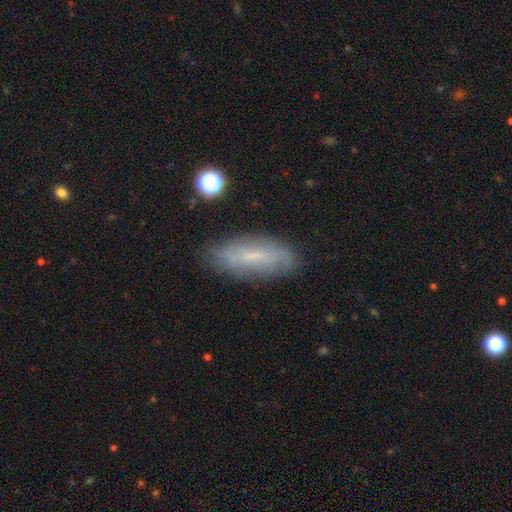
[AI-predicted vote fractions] Smooth or featured? Predicted: smooth (p=0.52). How rounded? Predicted: in between (p=0.62). Merging? Predicted: none (p=0.80).